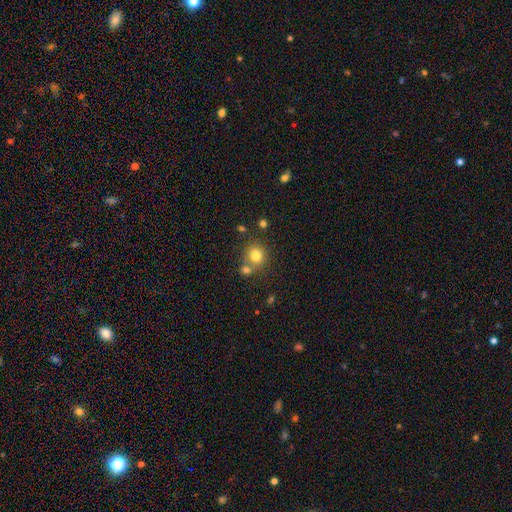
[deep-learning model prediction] Q: Smooth or featured?
A: smooth (79%); runner-up: star or artifact (12%)
Q: How rounded?
A: round (84%); runner-up: in between (15%)
Q: Merging?
A: none (61%); runner-up: merger (26%)